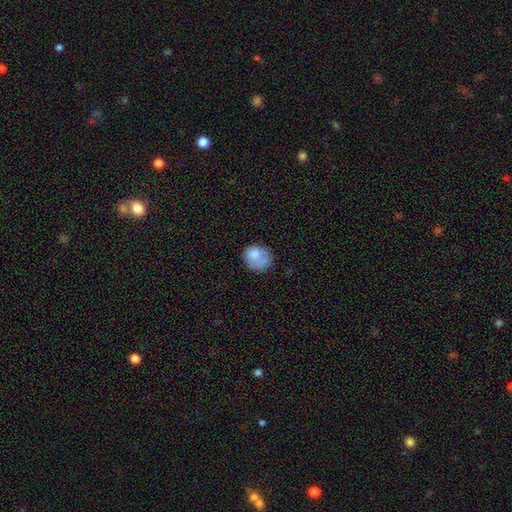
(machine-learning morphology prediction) Smooth or featured?
  - smooth: 79% *
  - featured or disk: 13%
  - star or artifact: 8%
How rounded?
  - round: 68% *
  - in between: 31%
  - cigar-shaped: 1%
Merging?
  - none: 58% *
  - minor disturbance: 26%
  - major disturbance: 13%
  - merger: 3%